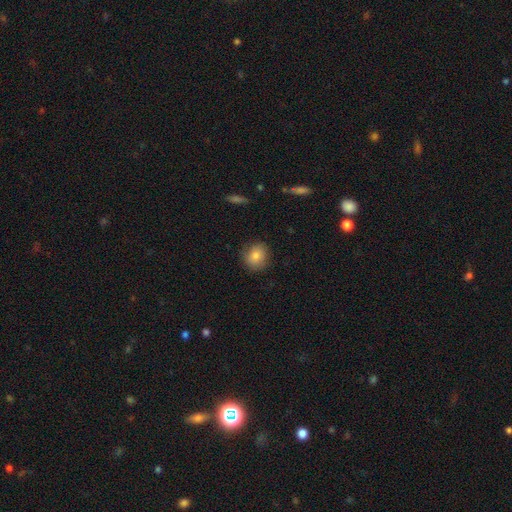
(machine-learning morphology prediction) Smooth or featured? Predicted: smooth (p=0.81). How rounded? Predicted: round (p=0.79). Merging? Predicted: none (p=0.83).